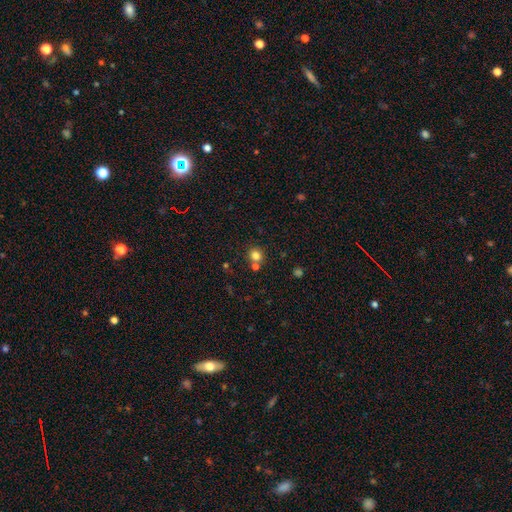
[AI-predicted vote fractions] smooth-or-featured: smooth: 80% | star or artifact: 13% | featured or disk: 7%
  how-rounded: round: 89% | in between: 10% | cigar-shaped: 1%
  merging: none: 67% | merger: 22% | minor disturbance: 8% | major disturbance: 3%